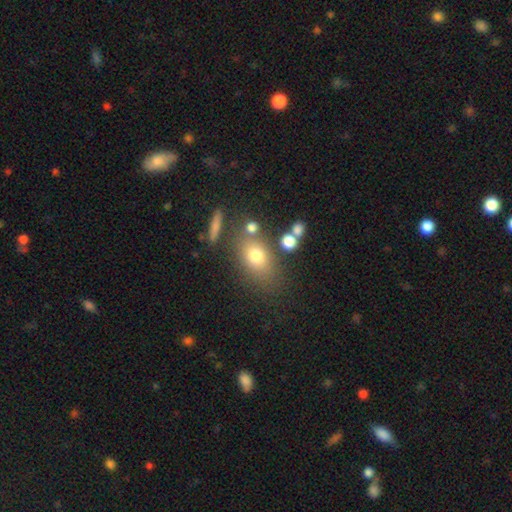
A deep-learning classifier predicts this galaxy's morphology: Smooth or featured? Predicted: smooth (p=0.72). How rounded? Predicted: in between (p=0.68). Merging? Predicted: none (p=0.65).